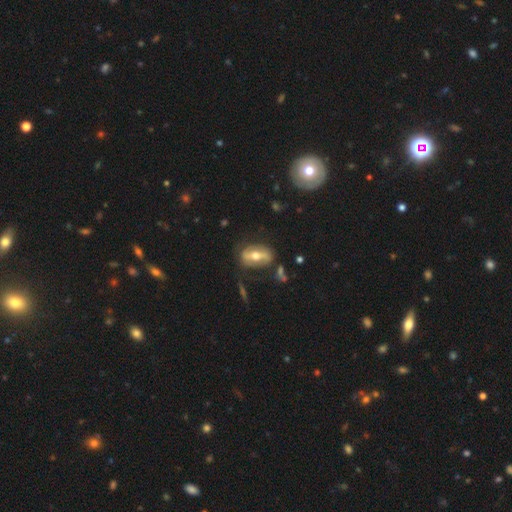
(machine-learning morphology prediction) The model was most divided on "smooth or featured": featured or disk: 62%, smooth: 30%, star or artifact: 7%. More confident: edge-on disk — no (80%); merging — none (68%).